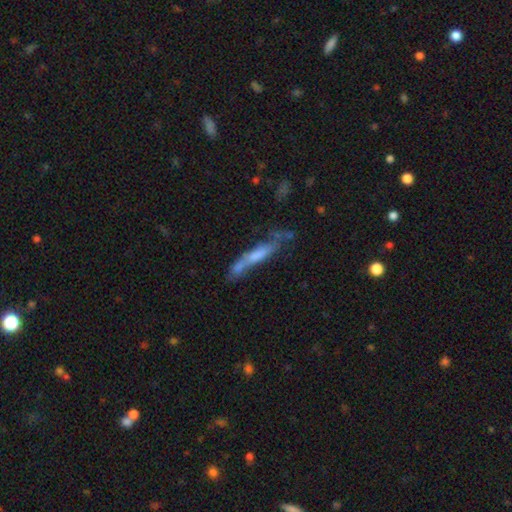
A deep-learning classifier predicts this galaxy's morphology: This is possibly a smooth galaxy (48%). Merging: marginally none (45%).